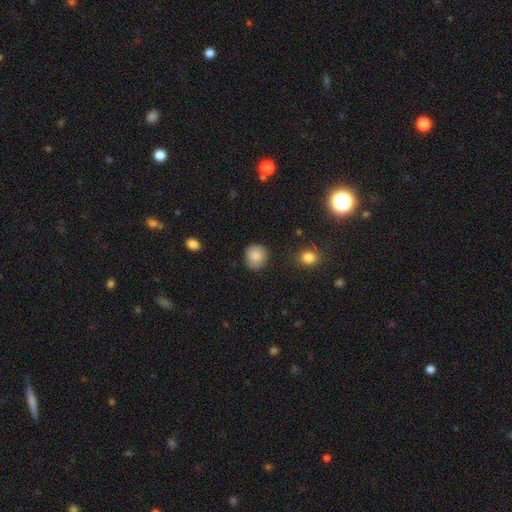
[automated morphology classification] smooth_or_featured: smooth (p=0.86) [alt: star or artifact p=0.08]
how_rounded: round (p=0.86) [alt: in between p=0.13]
merging: none (p=0.87) [alt: minor disturbance p=0.09]